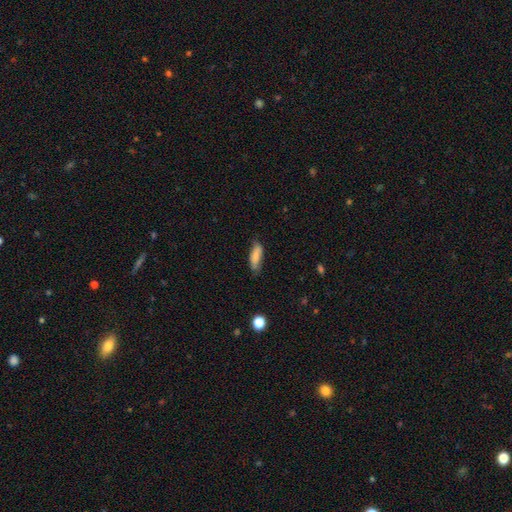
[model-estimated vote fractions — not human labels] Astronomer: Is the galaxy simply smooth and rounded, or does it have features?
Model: smooth — 80%.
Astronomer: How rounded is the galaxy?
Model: in between — 56% (runner-up: cigar-shaped, 42%).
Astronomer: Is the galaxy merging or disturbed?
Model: none — 71%.